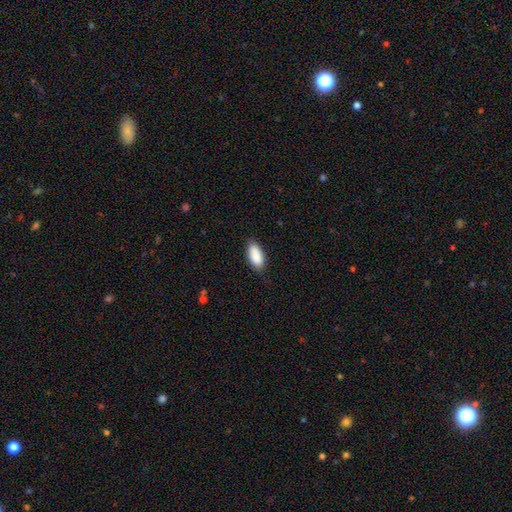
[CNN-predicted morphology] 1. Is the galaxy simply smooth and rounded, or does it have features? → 90% smooth, 6% star or artifact, 4% featured or disk.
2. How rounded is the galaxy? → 90% in between, 8% cigar-shaped, 2% round.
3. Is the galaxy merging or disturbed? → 83% none, 14% minor disturbance, 2% major disturbance, 1% merger.